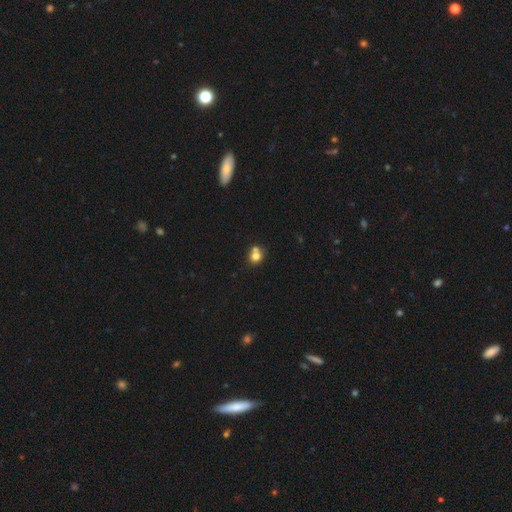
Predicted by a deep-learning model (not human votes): Smooth or featured? Predicted: smooth (p=0.75). How rounded? Predicted: round (p=0.79). Merging? Predicted: none (p=0.46).